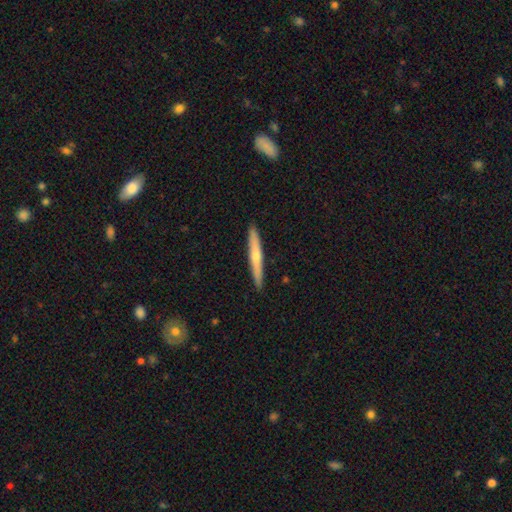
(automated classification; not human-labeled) smooth-or-featured: featured or disk: 64% | smooth: 29% | star or artifact: 7%
  disk-edge-on: yes: 97% | no: 3%
    edge-on-bulge: rounded: 81% | none: 15% | boxy: 4%
  merging: none: 90% | minor disturbance: 7% | major disturbance: 1% | merger: 1%